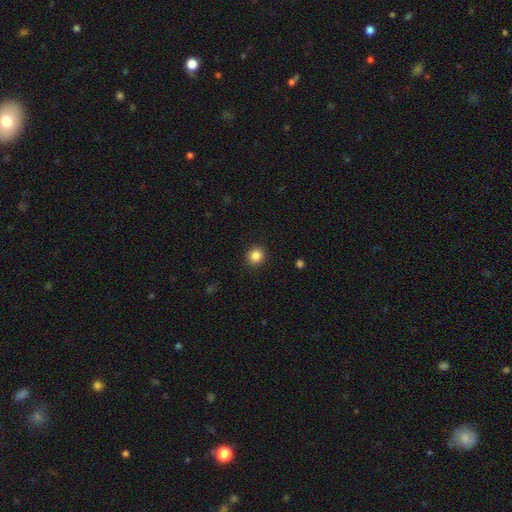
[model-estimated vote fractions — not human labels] A smooth galaxy with no disk features (85%) that is round (91%).

Vote fractions:
- Smooth or featured? smooth: 85% / star or artifact: 10% / featured or disk: 4%
- How rounded? round: 91% / in between: 8% / cigar-shaped: 1%
- Merging? none: 92% / minor disturbance: 5% / major disturbance: 2% / merger: 1%